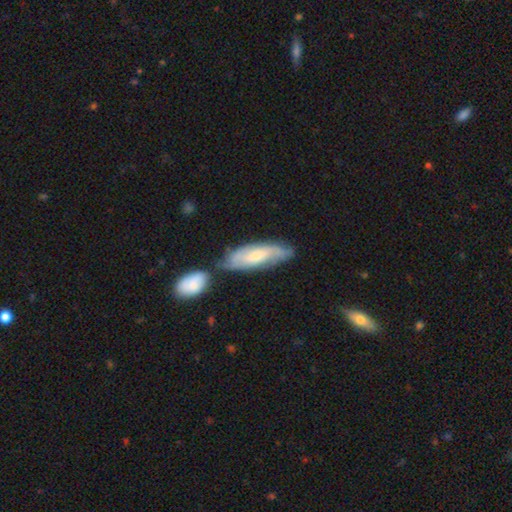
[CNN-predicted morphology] Q: Smooth or featured?
A: featured or disk (54%); runner-up: smooth (40%)
Q: Edge-on disk?
A: no (79%); runner-up: yes (21%)
Q: Merging?
A: none (50%); runner-up: merger (24%)